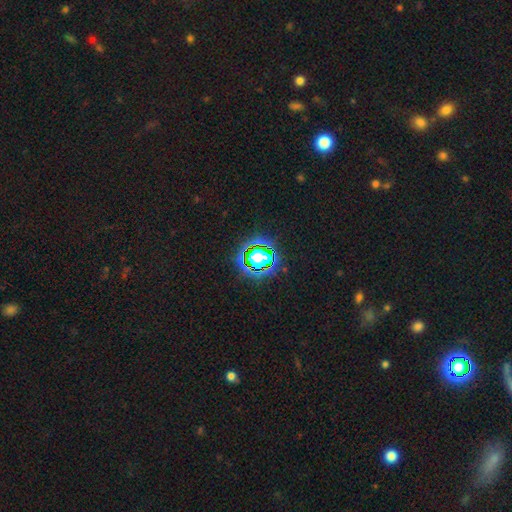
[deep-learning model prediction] Smooth or featured? star or artifact (69%)